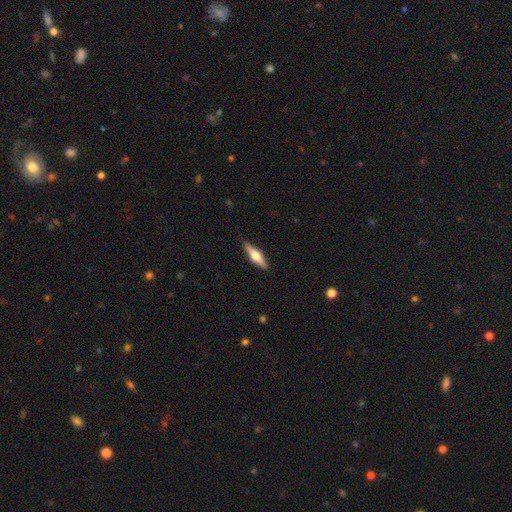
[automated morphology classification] Q: Smooth or featured?
A: featured or disk (59%); runner-up: smooth (36%)
Q: Edge-on disk?
A: yes (96%); runner-up: no (4%)
Q: Edge-on bulge?
A: rounded (93%); runner-up: boxy (5%)
Q: Merging?
A: none (89%); runner-up: minor disturbance (8%)